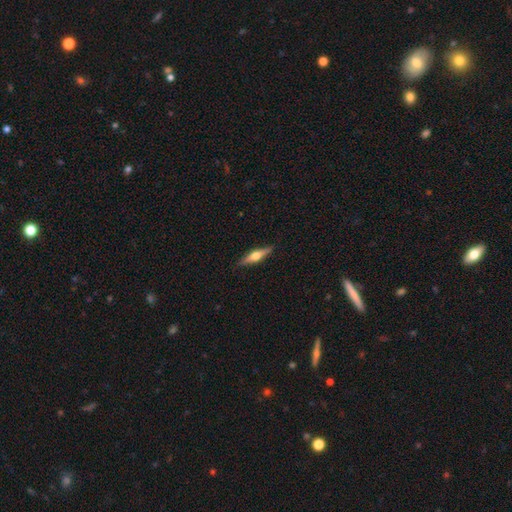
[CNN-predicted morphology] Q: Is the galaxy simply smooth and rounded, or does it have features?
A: featured or disk — 64%.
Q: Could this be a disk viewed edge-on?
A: yes — 96%.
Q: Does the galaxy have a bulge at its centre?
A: rounded — 94%.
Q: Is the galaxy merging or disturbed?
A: none — 89%.